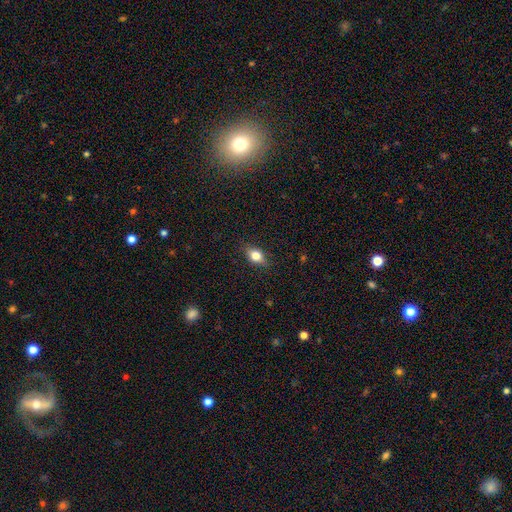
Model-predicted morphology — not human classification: Smooth or featured? Predicted: smooth (p=0.71). How rounded? Predicted: in between (p=0.72). Merging? Predicted: none (p=0.83).